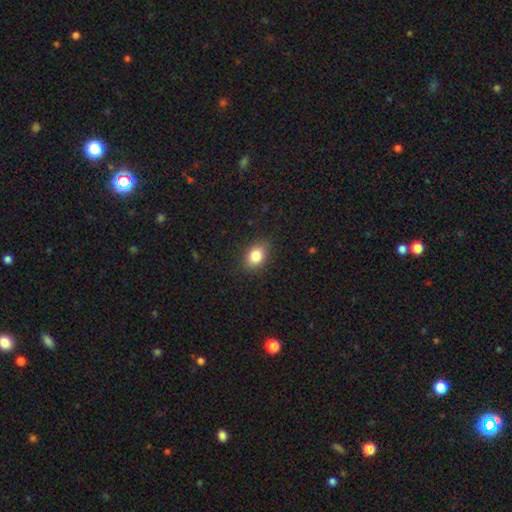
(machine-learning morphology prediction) This appears to be a smooth galaxy with no disk features (84%) that is in between round and cigar-shaped (73%). Merging: none (85%).